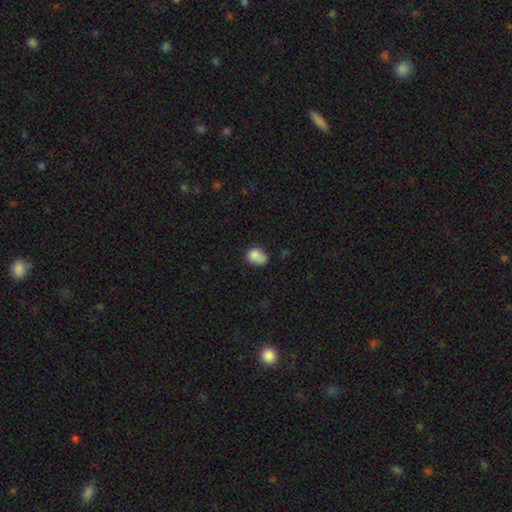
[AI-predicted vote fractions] This appears to be a smooth galaxy with no disk features (82%) that is in between round and cigar-shaped (60%). Merging: none (46%).